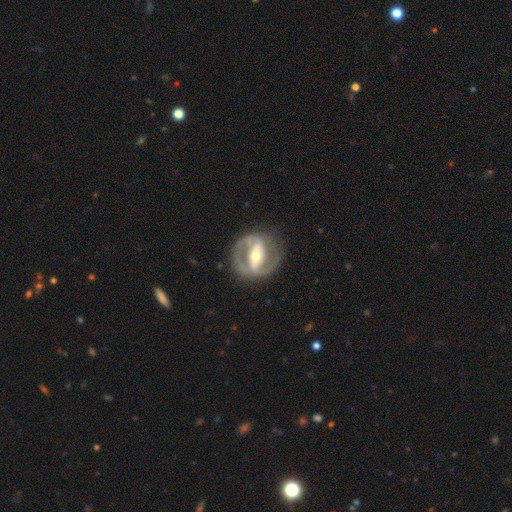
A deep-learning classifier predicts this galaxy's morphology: Q: Smooth or featured?
A: featured or disk (86%); runner-up: smooth (9%)
Q: Edge-on disk?
A: no (96%); runner-up: yes (4%)
Q: Bar?
A: strong (65%); runner-up: weak (23%)
Q: Spiral arms?
A: yes (86%); runner-up: no (14%)
Q: Spiral winding?
A: medium (48%); runner-up: tight (39%)
Q: Spiral arm count?
A: 2 (88%); runner-up: can't tell (5%)
Q: Bulge size?
A: moderate (63%); runner-up: small (29%)
Q: Merging?
A: none (81%); runner-up: minor disturbance (12%)